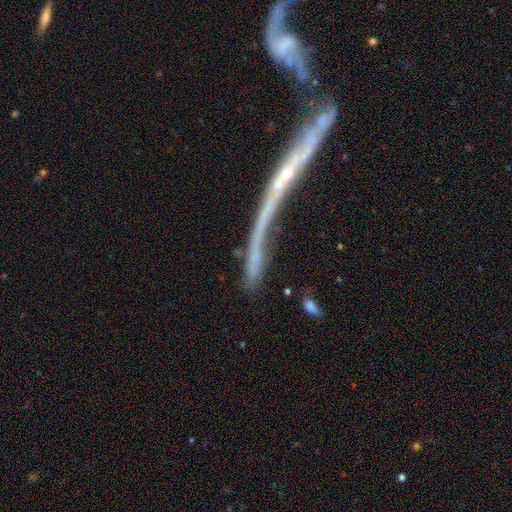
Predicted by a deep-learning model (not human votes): Smooth or featured? featured or disk (67%)
Edge-on disk? yes (64%)
Merging? none (35%)